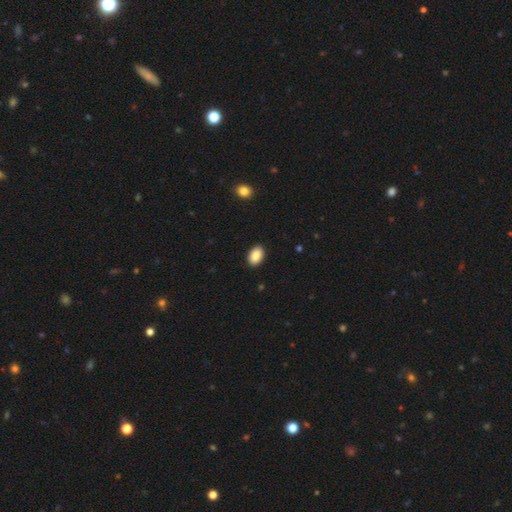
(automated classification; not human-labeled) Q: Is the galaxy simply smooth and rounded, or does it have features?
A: smooth — 88%.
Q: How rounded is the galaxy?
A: in between — 88%.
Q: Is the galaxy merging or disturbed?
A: none — 90%.